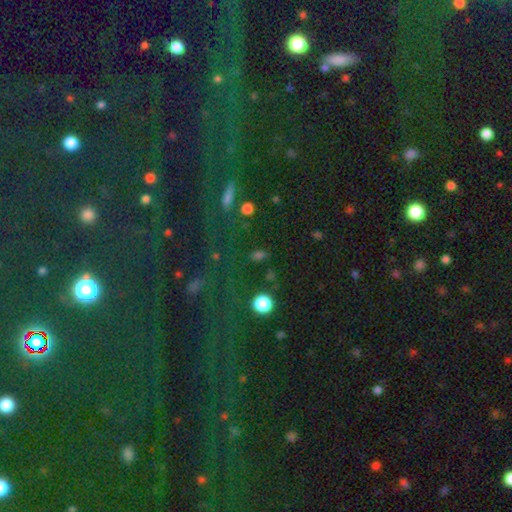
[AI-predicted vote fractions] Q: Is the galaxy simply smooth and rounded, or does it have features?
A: star or artifact — 61%.